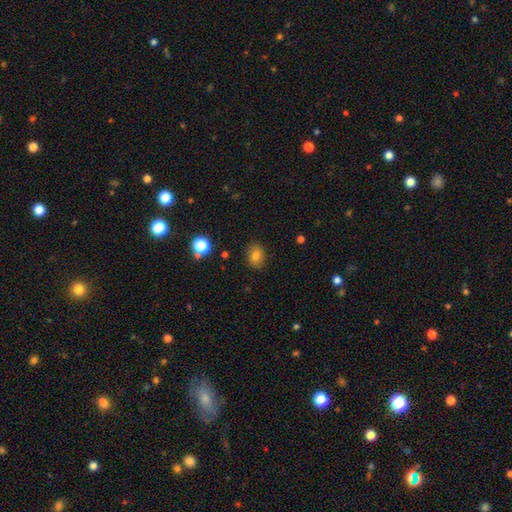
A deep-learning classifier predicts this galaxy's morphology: smooth-or-featured: smooth: 79% | star or artifact: 12% | featured or disk: 9%
  how-rounded: in between: 51% | round: 48% | cigar-shaped: 1%
  merging: none: 85% | minor disturbance: 10% | major disturbance: 3% | merger: 1%